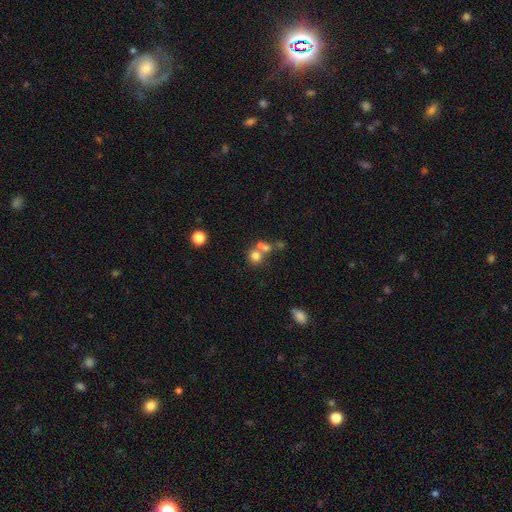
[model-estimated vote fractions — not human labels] smooth-or-featured: smooth: 71% | featured or disk: 15% | star or artifact: 14%
  how-rounded: round: 84% | in between: 15% | cigar-shaped: 1%
  merging: none: 44% (tied) | merger: 44% (tied) | minor disturbance: 7% | major disturbance: 4%